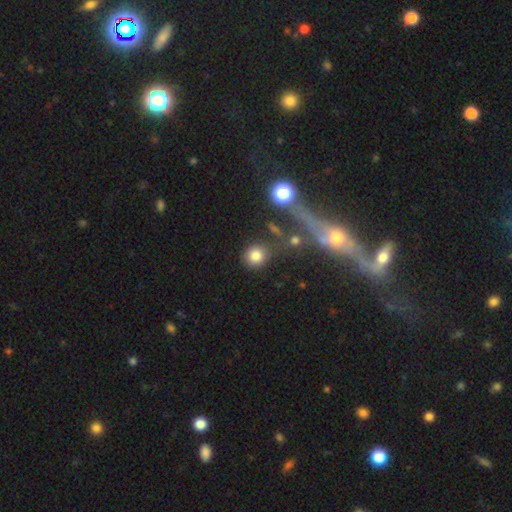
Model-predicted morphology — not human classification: smooth_or_featured: smooth (p=0.80) [alt: star or artifact p=0.12]
how_rounded: round (p=0.87) [alt: in between p=0.11]
merging: none (p=0.74) [alt: minor disturbance p=0.12]